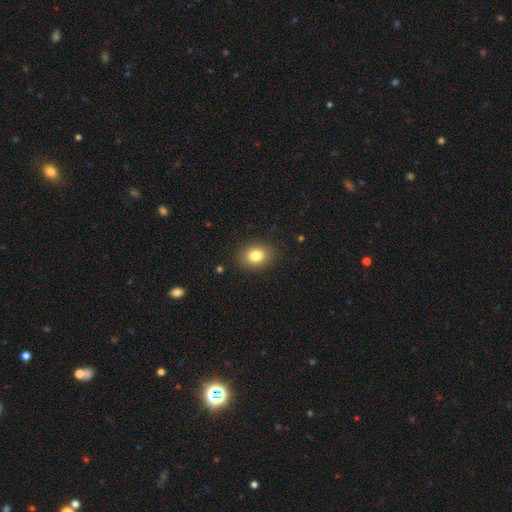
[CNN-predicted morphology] Q: Smooth or featured?
A: smooth (81%); runner-up: star or artifact (10%)
Q: How rounded?
A: in between (60%); runner-up: round (39%)
Q: Merging?
A: none (88%); runner-up: minor disturbance (9%)